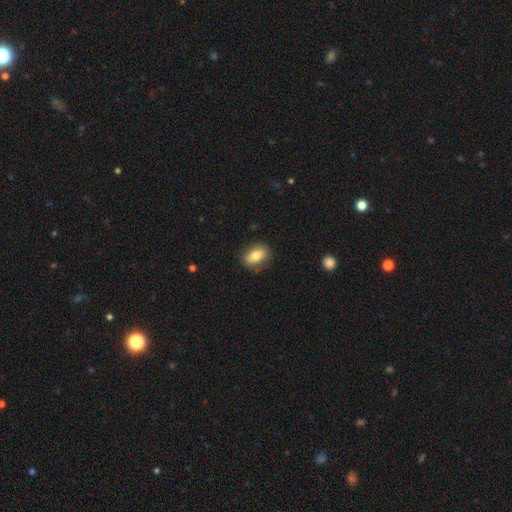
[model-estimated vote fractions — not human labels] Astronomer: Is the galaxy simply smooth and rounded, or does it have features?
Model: smooth — 76%.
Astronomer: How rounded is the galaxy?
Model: in between — 84%.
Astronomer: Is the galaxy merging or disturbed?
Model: none — 82%.